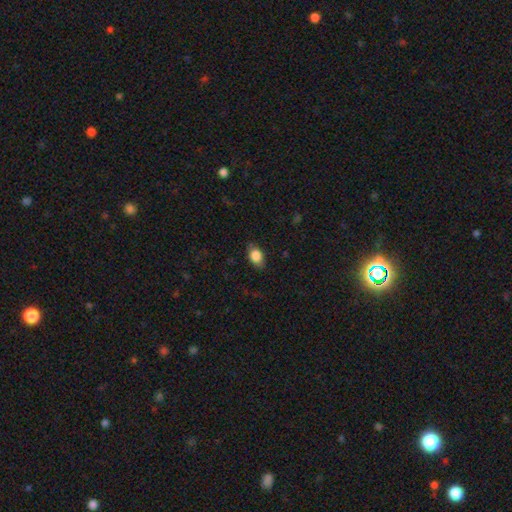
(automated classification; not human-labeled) This appears to be a smooth galaxy with no disk features (84%) that is in between round and cigar-shaped (82%). Merging: none (79%).